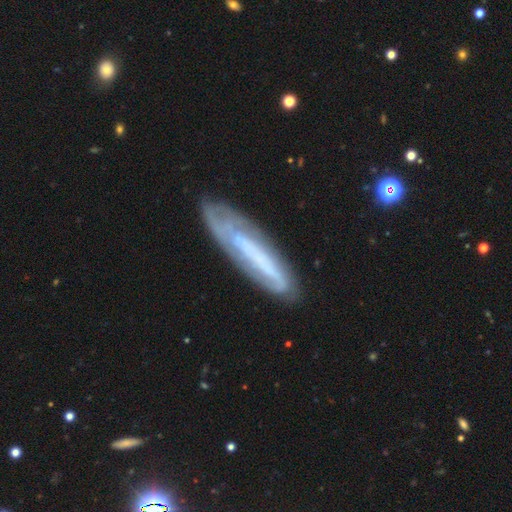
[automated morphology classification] This appears to be a featured or disk galaxy (60%). Merging: none (72%).